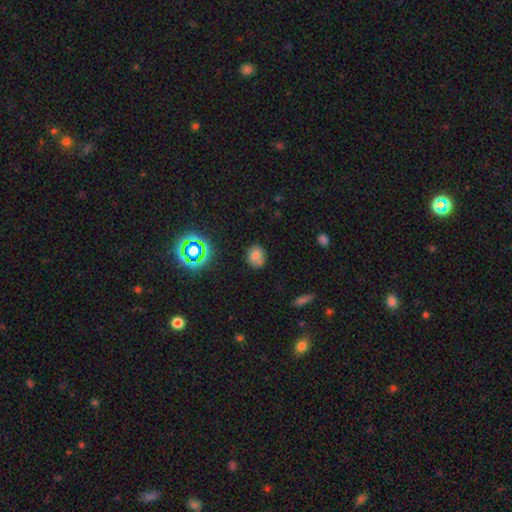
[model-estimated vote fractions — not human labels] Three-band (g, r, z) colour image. It shows a smooth galaxy with no disk features (70%) that is round (63%). Merging: none (74%).